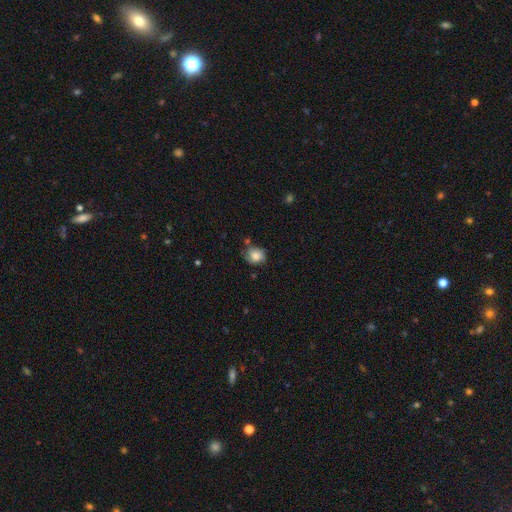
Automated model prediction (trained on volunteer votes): A smooth galaxy with no disk features (77%) that is round (69%). Merging: none (60%).